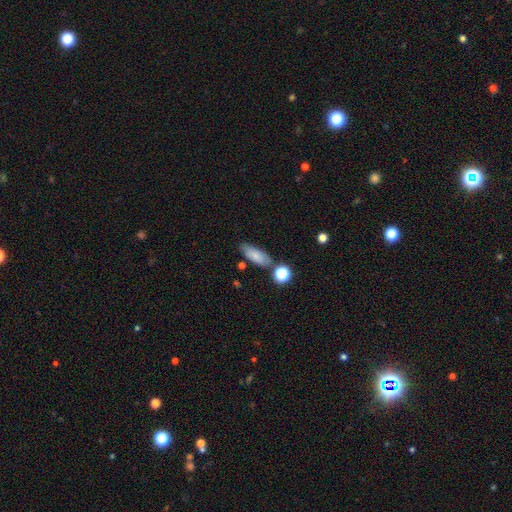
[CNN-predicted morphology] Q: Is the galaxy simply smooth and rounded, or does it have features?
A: smooth — 76%.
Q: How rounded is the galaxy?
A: in between — 74%.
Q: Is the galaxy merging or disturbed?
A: none — 67%.